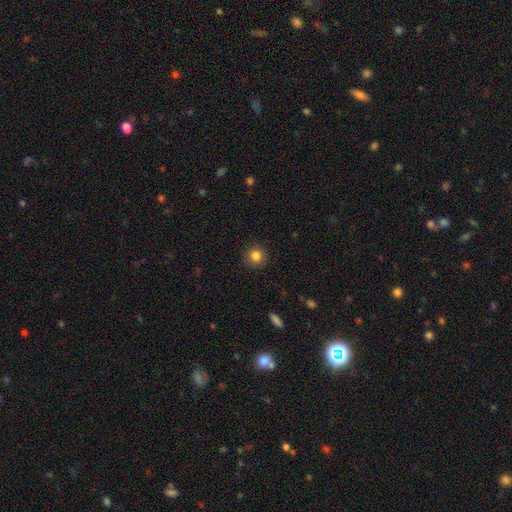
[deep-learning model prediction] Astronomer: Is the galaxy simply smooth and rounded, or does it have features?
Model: smooth — 84%.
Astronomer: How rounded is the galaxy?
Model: round — 92%.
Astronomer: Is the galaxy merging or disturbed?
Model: none — 89%.